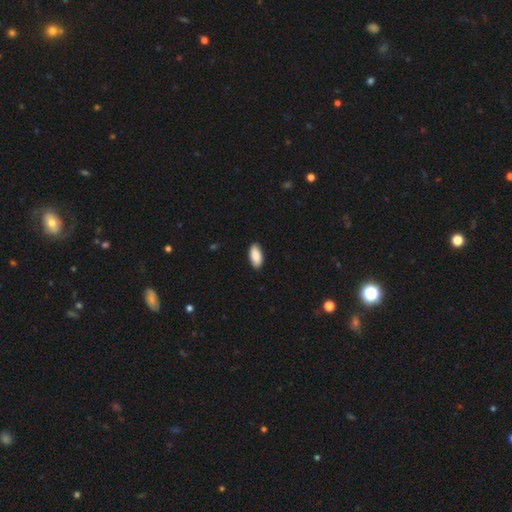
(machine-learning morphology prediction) smooth 90%, star or artifact 6%, featured or disk 4%. Down the decision tree: how rounded — in between (94%); merging — none (89%).